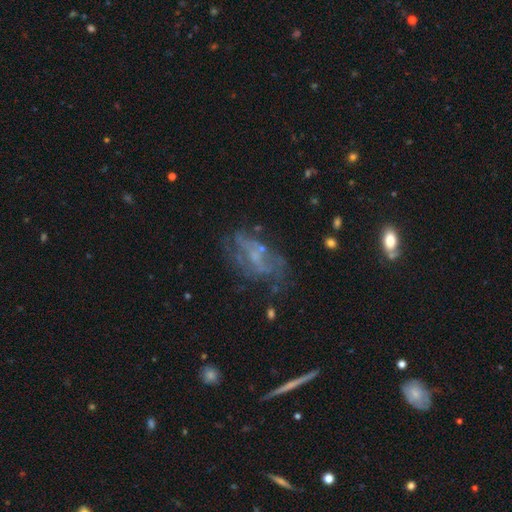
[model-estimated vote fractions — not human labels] Q: Smooth or featured?
A: featured or disk (62%); runner-up: smooth (22%)
Q: Edge-on disk?
A: no (91%); runner-up: yes (9%)
Q: Bar?
A: no (64%); runner-up: weak (28%)
Q: Spiral arms?
A: no (56%); runner-up: yes (44%)
Q: Bulge size?
A: small (44%); runner-up: none (38%)
Q: Merging?
A: none (50%); runner-up: major disturbance (22%)